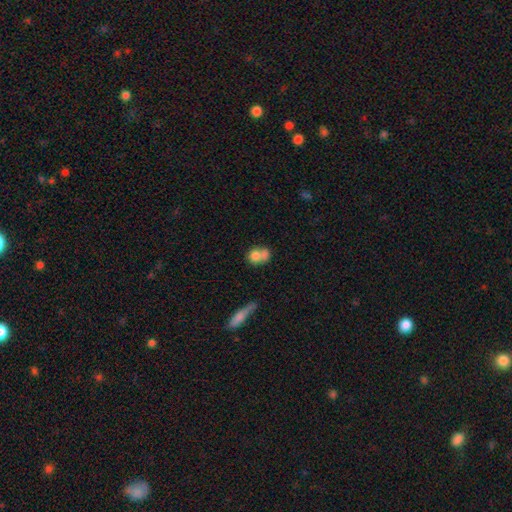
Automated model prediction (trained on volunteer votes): smooth 71%, featured or disk 20%, star or artifact 9%. Down the decision tree: how rounded — round (57%); merging — merger (52%).